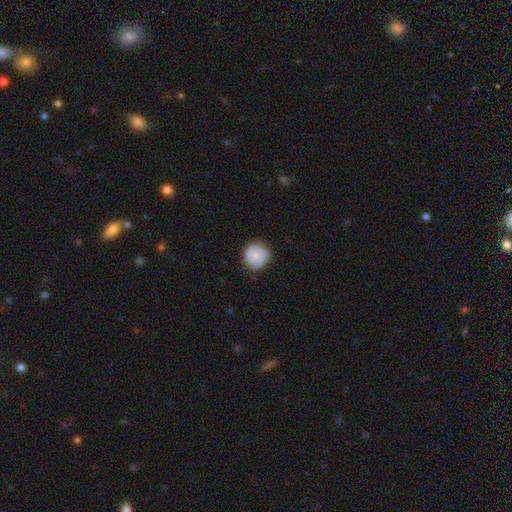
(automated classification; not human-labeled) A smooth galaxy with no disk features (78%) that is round (94%).

Vote fractions:
- Smooth or featured? smooth: 78% / featured or disk: 14% / star or artifact: 7%
- How rounded? round: 94% / in between: 5% / cigar-shaped: 1%
- Merging? none: 81% / minor disturbance: 15% / major disturbance: 3% / merger: 1%